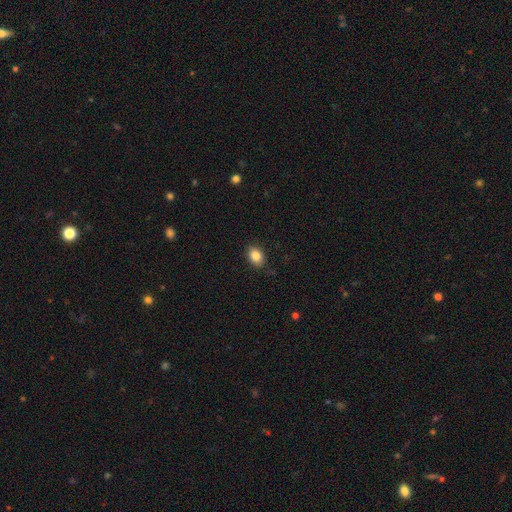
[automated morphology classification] This appears to be a smooth galaxy with no disk features (86%) that is in between round and cigar-shaped (75%). Merging: none (86%).